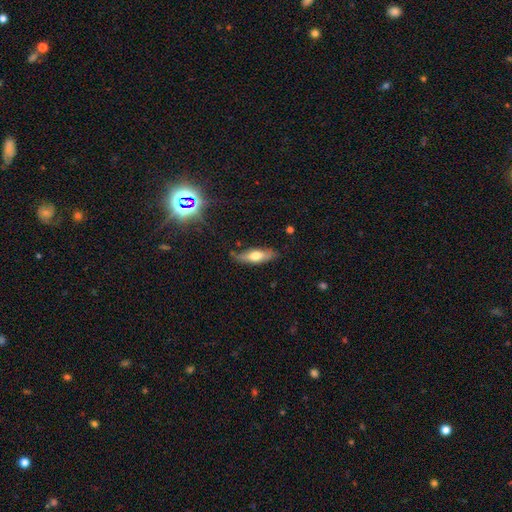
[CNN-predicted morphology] Q: Smooth or featured?
A: smooth (56%); runner-up: featured or disk (36%)
Q: How rounded?
A: in between (49%); tied with: cigar-shaped (49%)
Q: Merging?
A: none (76%); runner-up: minor disturbance (19%)